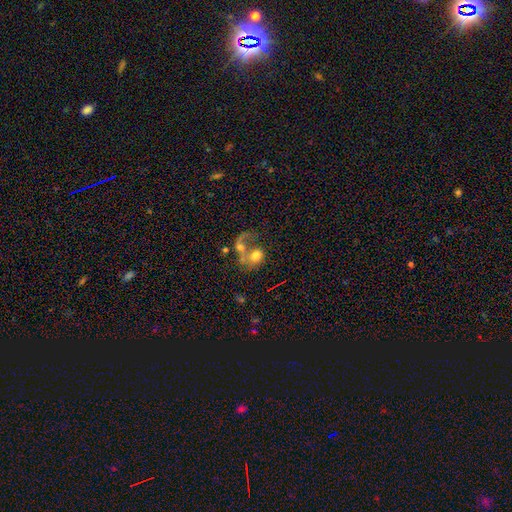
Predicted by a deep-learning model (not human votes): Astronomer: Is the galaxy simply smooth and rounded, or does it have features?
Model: smooth — 50% (runner-up: featured or disk, 40%).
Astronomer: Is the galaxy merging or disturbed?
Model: merger — 59%.